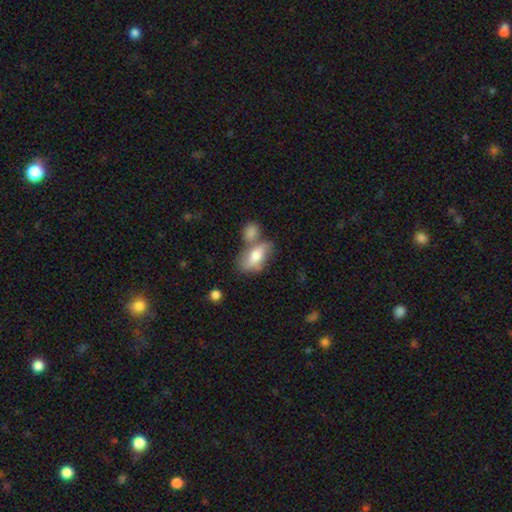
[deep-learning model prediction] smooth 66%, featured or disk 27%, star or artifact 7%. Down the decision tree: how rounded — in between (85%); merging — none (42%).